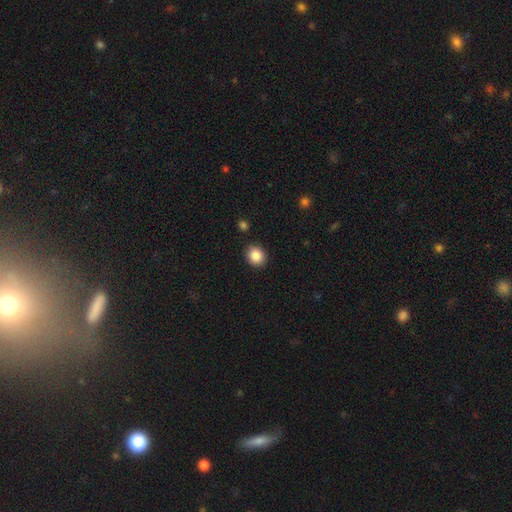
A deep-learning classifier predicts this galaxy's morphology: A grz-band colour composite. It shows a smooth galaxy with no disk features (87%) that is round (69%). Merging: none (89%).